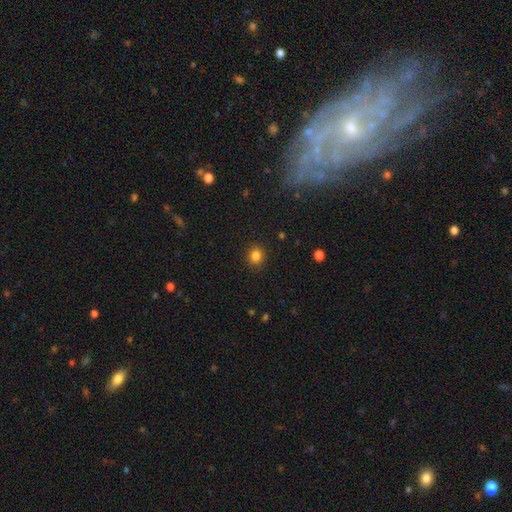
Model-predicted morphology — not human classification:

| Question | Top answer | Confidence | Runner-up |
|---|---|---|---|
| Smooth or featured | smooth | 84% | star or artifact (12%) |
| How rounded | round | 78% | in between (21%) |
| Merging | none | 89% | minor disturbance (8%) |